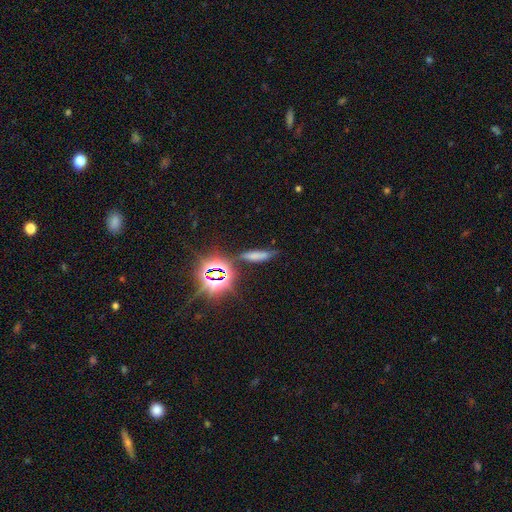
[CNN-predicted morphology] Smooth or featured? smooth (54%)
How rounded? cigar-shaped (63%)
Merging? none (66%)